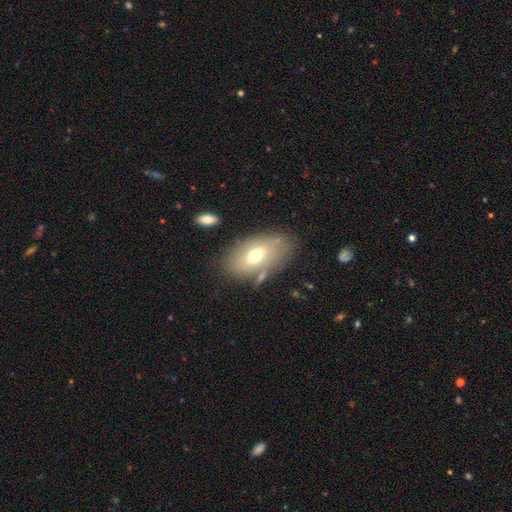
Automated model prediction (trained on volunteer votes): smooth 58%, featured or disk 32%, star or artifact 9%. Down the decision tree: how rounded — in between (91%); merging — none (68%).